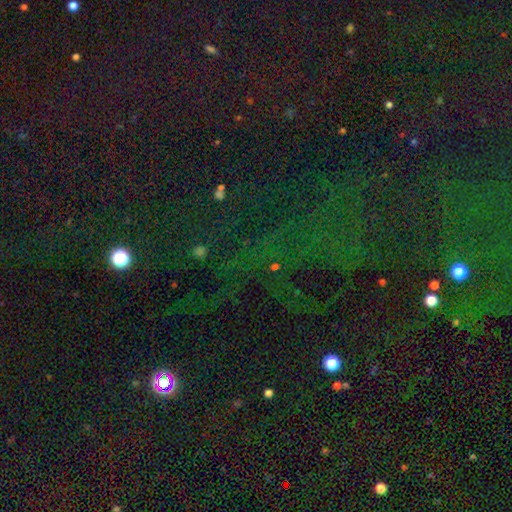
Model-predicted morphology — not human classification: This is likely a star or artifact rather than a galaxy (77%).